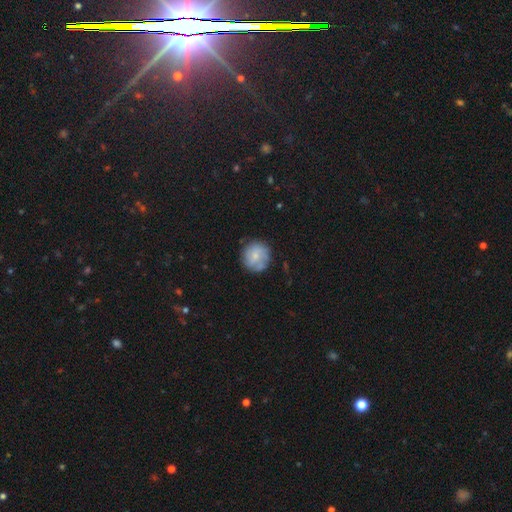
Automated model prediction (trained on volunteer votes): Smooth or featured?
  - smooth: 66% *
  - featured or disk: 26%
  - star or artifact: 8%
How rounded?
  - round: 92% *
  - in between: 7%
  - cigar-shaped: 1%
Merging?
  - none: 73% *
  - minor disturbance: 17%
  - major disturbance: 5%
  - merger: 4%